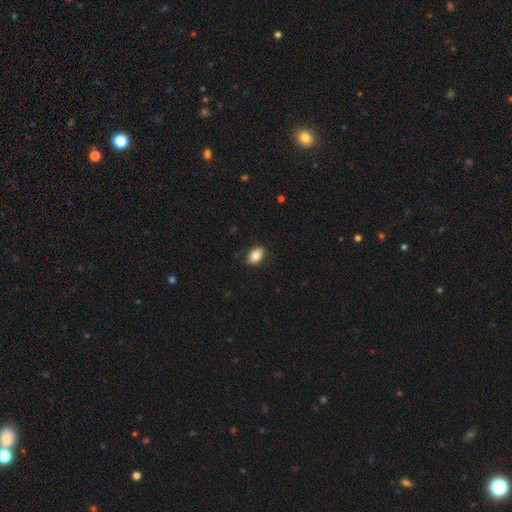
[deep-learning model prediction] smooth-or-featured: smooth: 82% | featured or disk: 10% | star or artifact: 8%
  how-rounded: in between: 84% | round: 15% | cigar-shaped: 1%
  merging: none: 85% | minor disturbance: 12% | major disturbance: 2% | merger: 1%